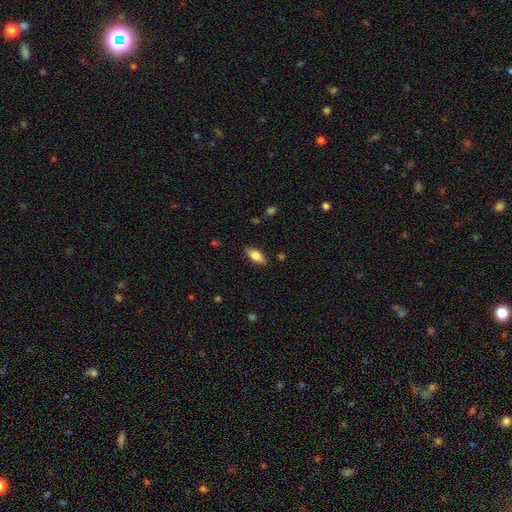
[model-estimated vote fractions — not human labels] Smooth or featured: smooth — 77% (featured or disk — 16%)
How rounded: in between — 87% (cigar-shaped — 11%)
Merging: none — 86% (minor disturbance — 10%)